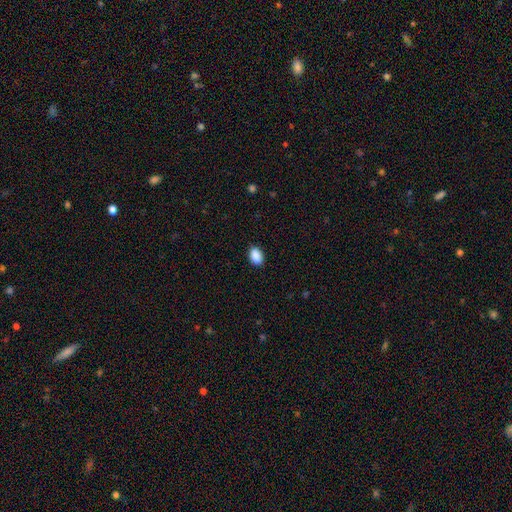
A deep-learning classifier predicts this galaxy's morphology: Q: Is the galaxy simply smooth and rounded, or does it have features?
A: smooth — 90%.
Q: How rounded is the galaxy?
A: in between — 82%.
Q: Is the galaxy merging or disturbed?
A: none — 89%.